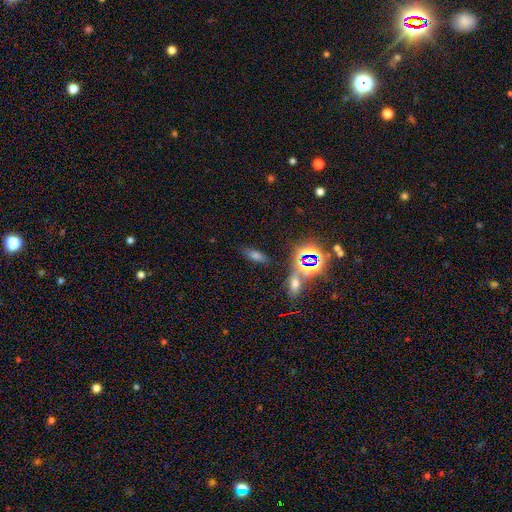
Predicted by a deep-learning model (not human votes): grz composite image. It shows a smooth galaxy with no disk features (52%) that is in between round and cigar-shaped (61%). Merging: none (80%).